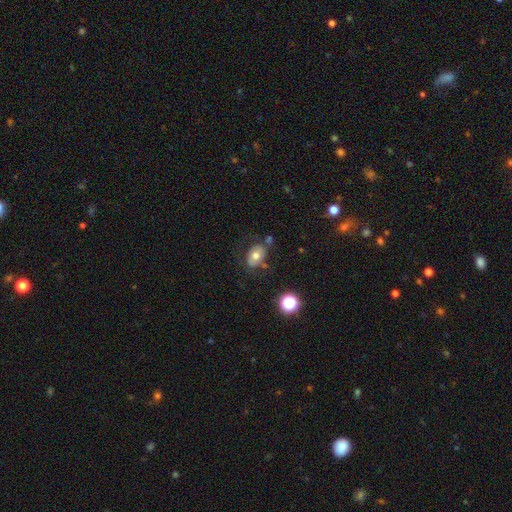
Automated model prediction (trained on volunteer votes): A smooth galaxy with no disk features (66%) that is in between round and cigar-shaped (76%).

Vote fractions:
- Smooth or featured? smooth: 66% / featured or disk: 23% / star or artifact: 11%
- How rounded? in between: 76% / round: 22% / cigar-shaped: 1%
- Merging? none: 64% / minor disturbance: 19% / merger: 9% / major disturbance: 8%